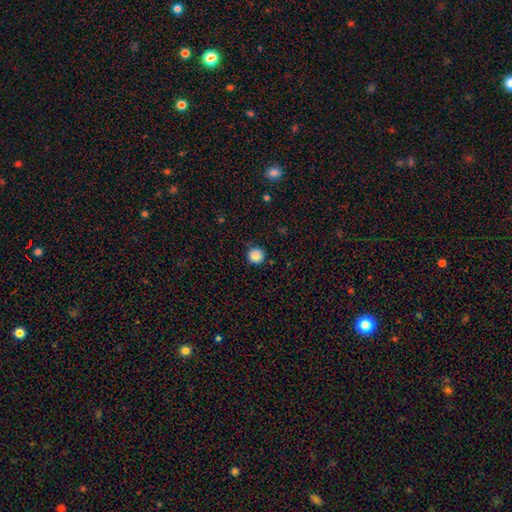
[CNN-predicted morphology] smooth_or_featured: smooth (p=0.85) [alt: star or artifact p=0.10]
how_rounded: round (p=0.95) [alt: in between p=0.04]
merging: none (p=0.85) [alt: minor disturbance p=0.11]